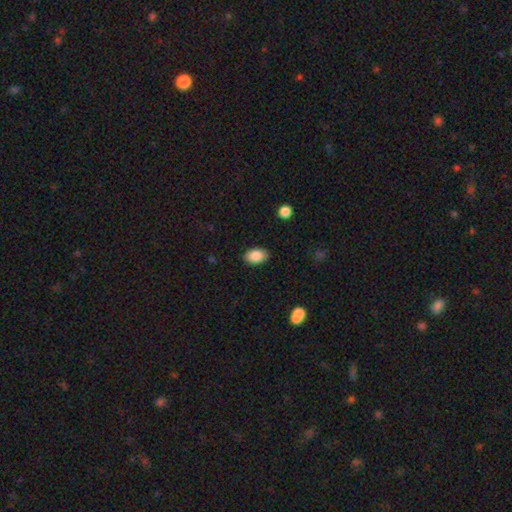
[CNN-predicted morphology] smooth 88%, star or artifact 7%, featured or disk 5%. Down the decision tree: how rounded — in between (90%); merging — none (87%).